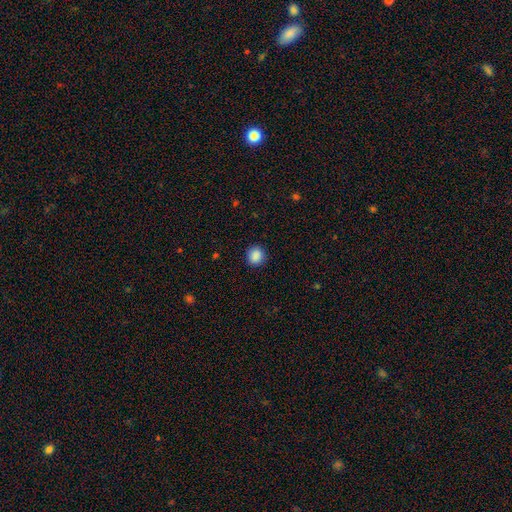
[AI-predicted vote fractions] A smooth galaxy with no disk features (88%) that is round (83%). Merging: none (90%).